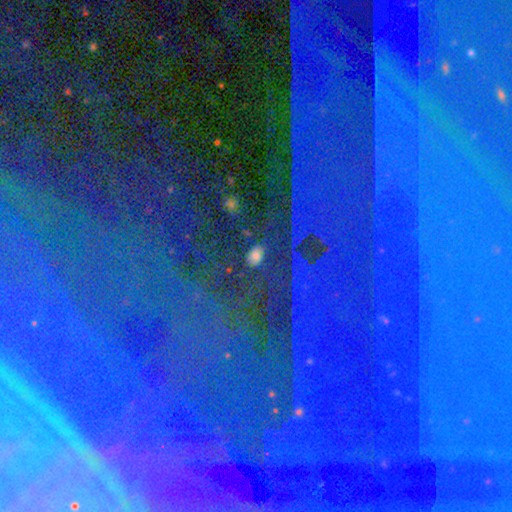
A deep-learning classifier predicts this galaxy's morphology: A smooth galaxy with no disk features (48%). Merging: none (77%).